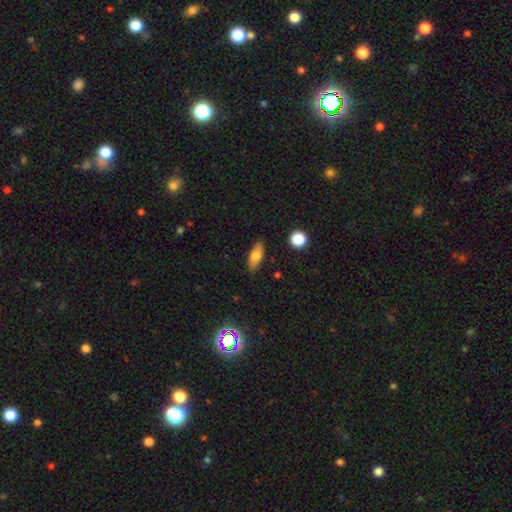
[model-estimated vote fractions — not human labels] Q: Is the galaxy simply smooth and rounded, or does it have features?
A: smooth — 74%.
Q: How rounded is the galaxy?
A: in between — 71%.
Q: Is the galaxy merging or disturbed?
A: none — 84%.